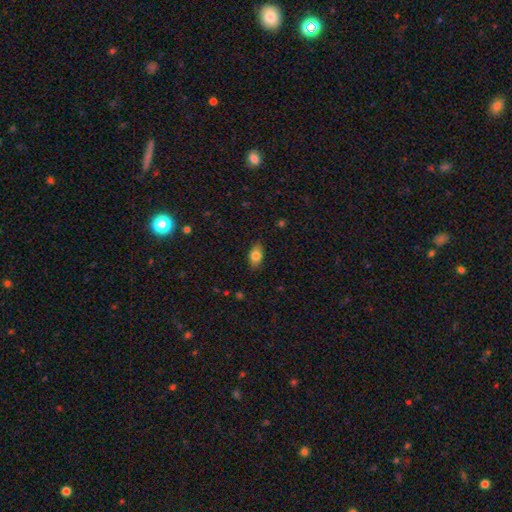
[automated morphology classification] A smooth galaxy with no disk features (79%) that is in between round and cigar-shaped (88%).

Vote fractions:
- Smooth or featured? smooth: 79% / featured or disk: 13% / star or artifact: 8%
- How rounded? in between: 88% / round: 8% / cigar-shaped: 4%
- Merging? none: 84% / minor disturbance: 12% / major disturbance: 2% / merger: 1%